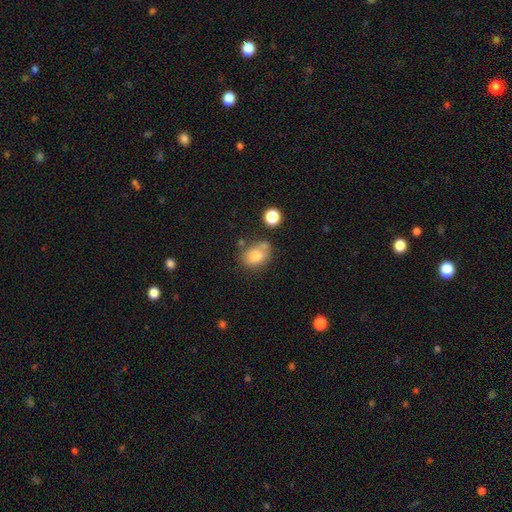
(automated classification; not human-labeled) Smooth or featured?
  - smooth: 78% *
  - featured or disk: 12%
  - star or artifact: 10%
How rounded?
  - in between: 65% *
  - round: 33%
  - cigar-shaped: 1%
Merging?
  - none: 52% *
  - minor disturbance: 22%
  - merger: 19%
  - major disturbance: 8%